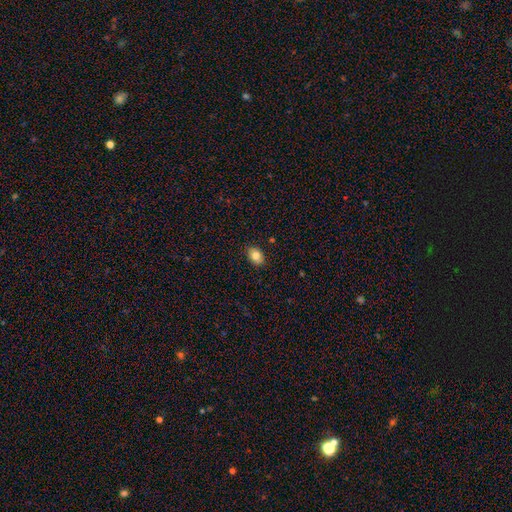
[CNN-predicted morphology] type=smooth (82%); roundness=in between (74%); merging=none (88%).